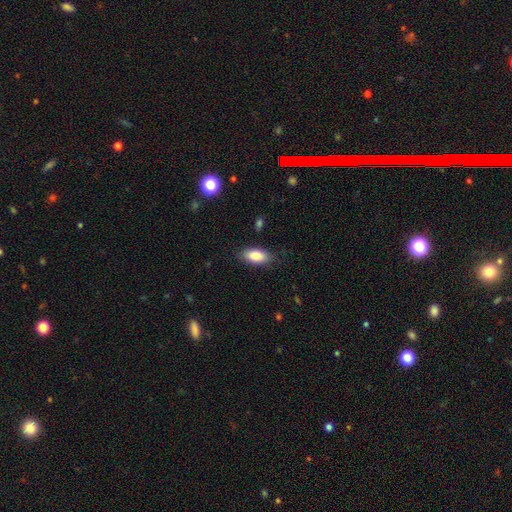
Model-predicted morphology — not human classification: Smooth or featured: smooth — 85% (featured or disk — 8%)
How rounded: in between — 90% (cigar-shaped — 7%)
Merging: none — 83% (minor disturbance — 13%)